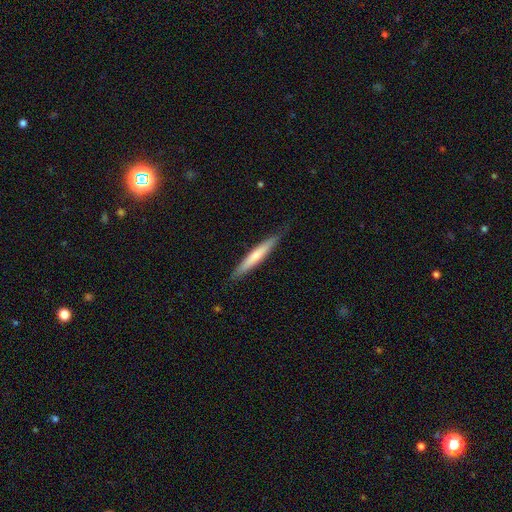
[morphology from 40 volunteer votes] This appears to be a smooth galaxy with no disk features (65%) that is cigar-shaped (92%). Merging: none (75%).